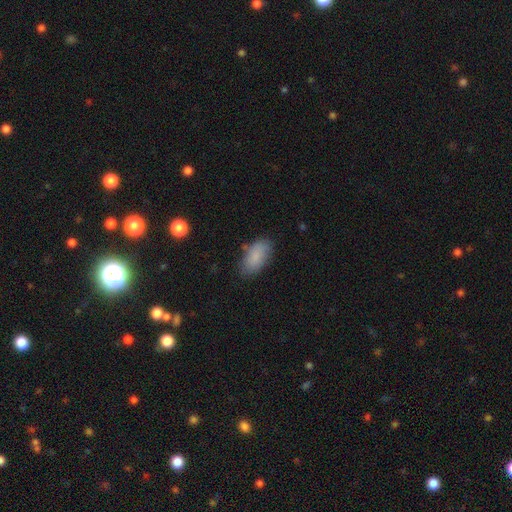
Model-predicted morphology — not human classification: Smooth or featured? Predicted: smooth (p=0.85). How rounded? Predicted: in between (p=0.93). Merging? Predicted: none (p=0.78).